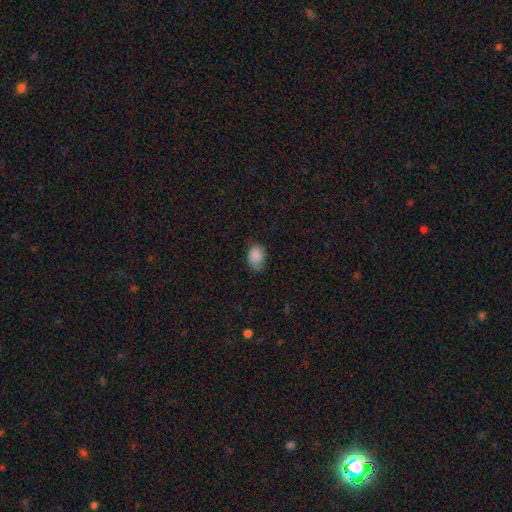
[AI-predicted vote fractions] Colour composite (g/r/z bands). It shows a smooth galaxy with no disk features (85%) that is in between round and cigar-shaped (71%). Merging: none (59%).